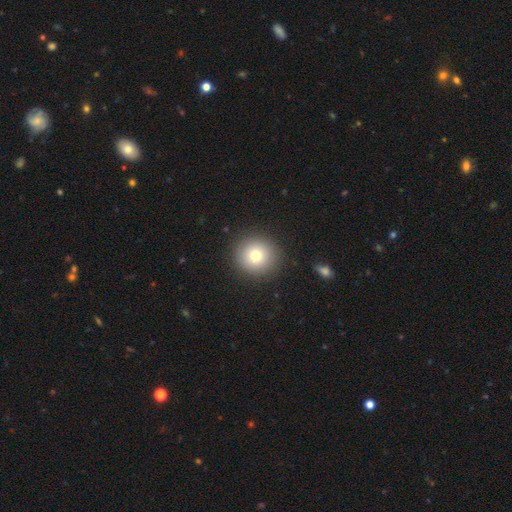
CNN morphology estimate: This appears to be a smooth galaxy with no disk features (76%) that is round (94%). Merging: none (91%).